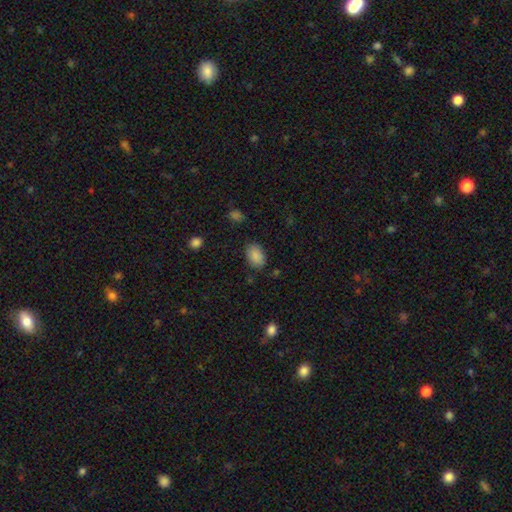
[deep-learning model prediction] Q: Smooth or featured?
A: smooth (87%); runner-up: star or artifact (8%)
Q: How rounded?
A: in between (86%); runner-up: round (12%)
Q: Merging?
A: none (80%); runner-up: minor disturbance (14%)